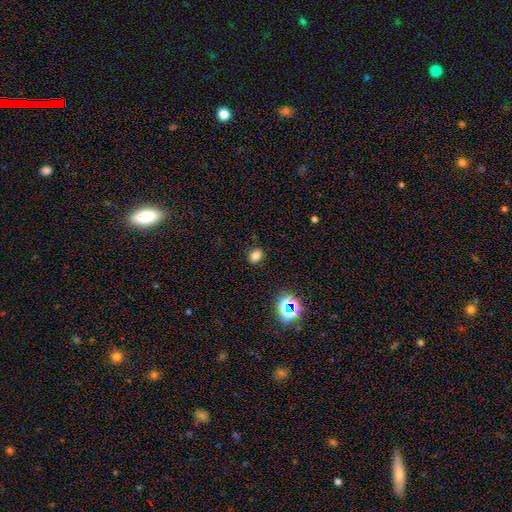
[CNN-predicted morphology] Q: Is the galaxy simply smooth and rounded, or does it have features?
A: smooth — 77%.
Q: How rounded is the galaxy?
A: round — 58%.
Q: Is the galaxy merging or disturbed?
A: none — 89%.